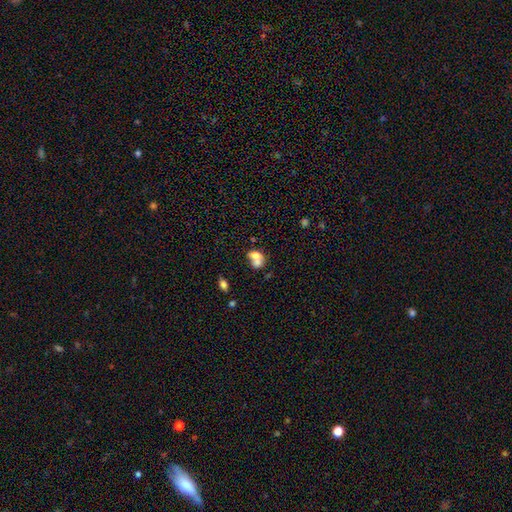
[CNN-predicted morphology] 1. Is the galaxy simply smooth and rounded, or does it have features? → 67% smooth, 23% featured or disk, 10% star or artifact.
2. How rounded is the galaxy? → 55% in between, 44% round, 1% cigar-shaped.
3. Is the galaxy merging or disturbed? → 65% merger, 20% none, 9% minor disturbance, 6% major disturbance.